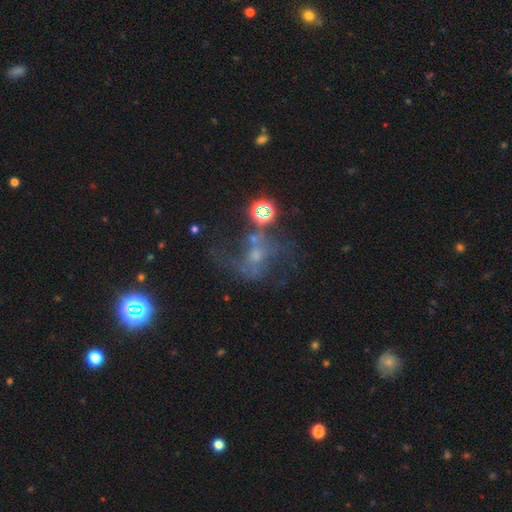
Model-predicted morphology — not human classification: Smooth or featured: featured or disk — 55% (star or artifact — 23%)
Edge-on disk: no — 96% (yes — 4%)
Bar: no — 66% (weak — 26%)
Spiral arms: yes — 64% (no — 36%)
Bulge size: small — 45% (moderate — 33%)
Merging: none — 40% (major disturbance — 31%)